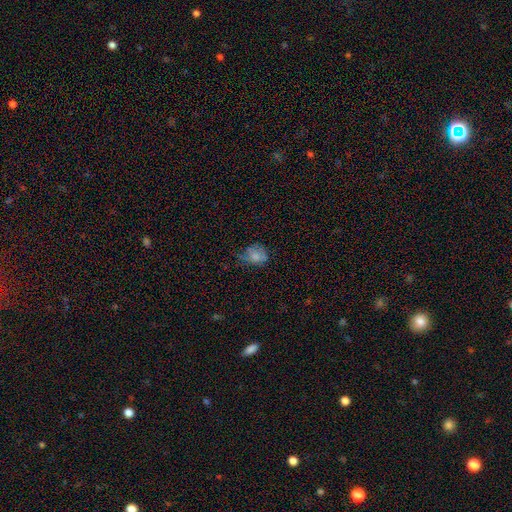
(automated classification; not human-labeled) Smooth or featured? Predicted: smooth (p=0.69). How rounded? Predicted: round (p=0.54). Merging? Predicted: none (p=0.47).